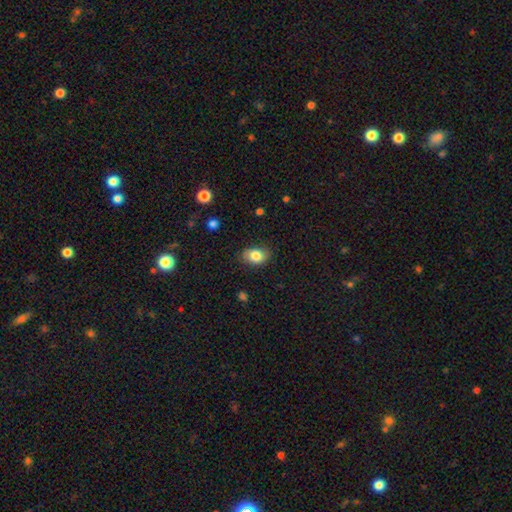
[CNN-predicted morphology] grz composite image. It shows a smooth galaxy with no disk features (82%) that is in between round and cigar-shaped (78%). Merging: none (80%).